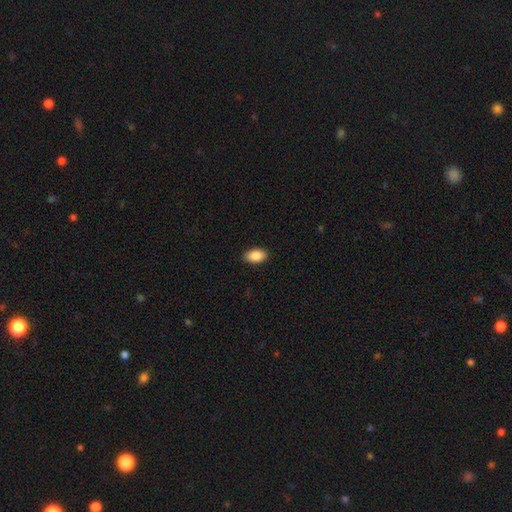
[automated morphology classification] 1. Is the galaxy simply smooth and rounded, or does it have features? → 89% smooth, 7% star or artifact, 4% featured or disk.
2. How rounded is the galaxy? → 93% in between, 6% round, 2% cigar-shaped.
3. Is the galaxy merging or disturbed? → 89% none, 8% minor disturbance, 2% major disturbance, 1% merger.